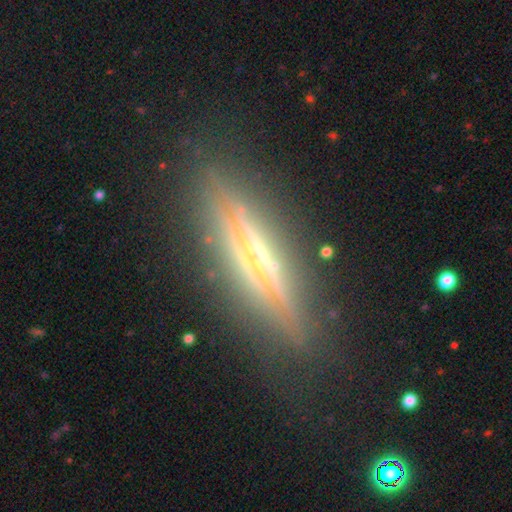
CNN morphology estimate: type=featured or disk (82%); edge-on=yes (96%); edge-on bulge=rounded (76%); merging=none (85%).